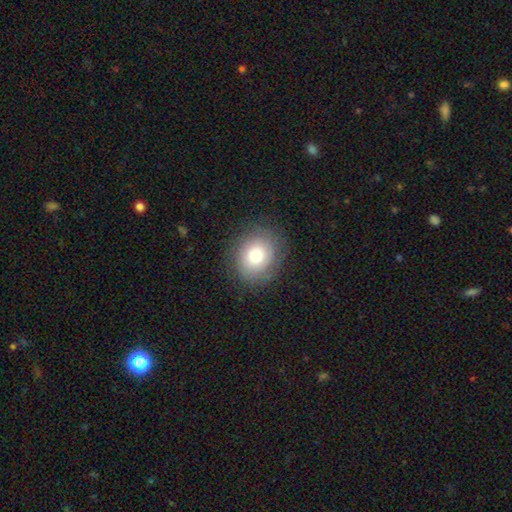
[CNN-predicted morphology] Smooth or featured?
  - smooth: 76% *
  - featured or disk: 14%
  - star or artifact: 10%
How rounded?
  - round: 64% *
  - in between: 35%
  - cigar-shaped: 1%
Merging?
  - none: 83% *
  - minor disturbance: 12%
  - major disturbance: 5%
  - merger: 1%